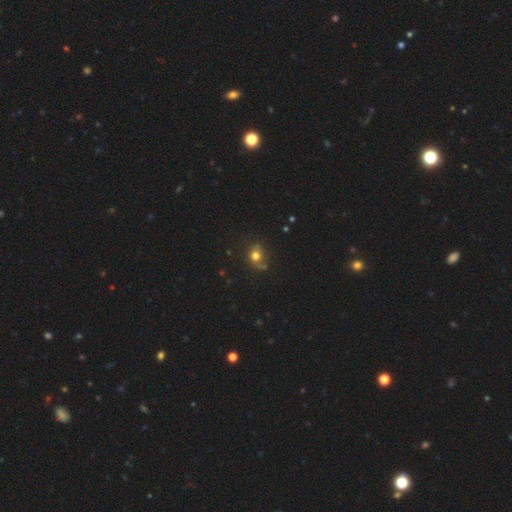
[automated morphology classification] A smooth galaxy with no disk features (71%) that is round (62%).

Vote fractions:
- Smooth or featured? smooth: 71% / featured or disk: 15% / star or artifact: 15%
- How rounded? round: 62% / in between: 37% / cigar-shaped: 1%
- Merging? none: 61% / minor disturbance: 24% / major disturbance: 9% / merger: 6%